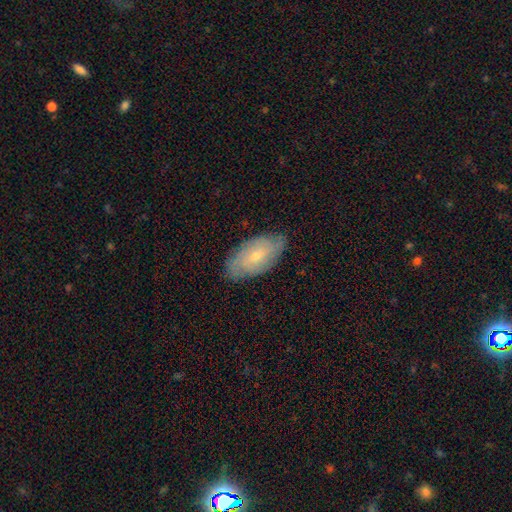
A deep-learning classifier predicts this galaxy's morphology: Q: Smooth or featured?
A: featured or disk (52%); runner-up: smooth (41%)
Q: Edge-on disk?
A: no (91%); runner-up: yes (9%)
Q: Merging?
A: none (77%); runner-up: minor disturbance (18%)